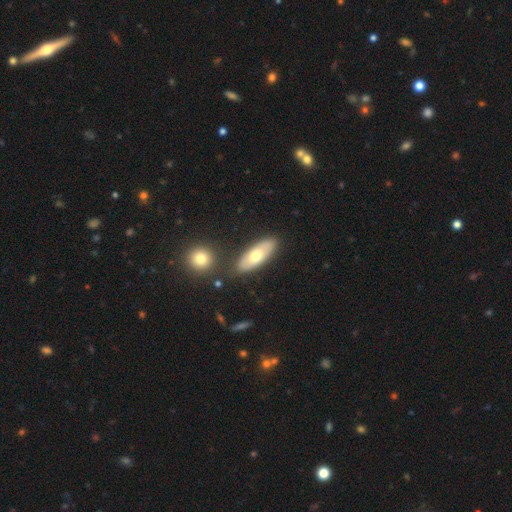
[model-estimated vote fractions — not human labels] smooth_or_featured: smooth (p=0.60) [alt: featured or disk p=0.35]
how_rounded: in between (p=0.74) [alt: cigar-shaped p=0.23]
merging: none (p=0.78) [alt: minor disturbance p=0.12]